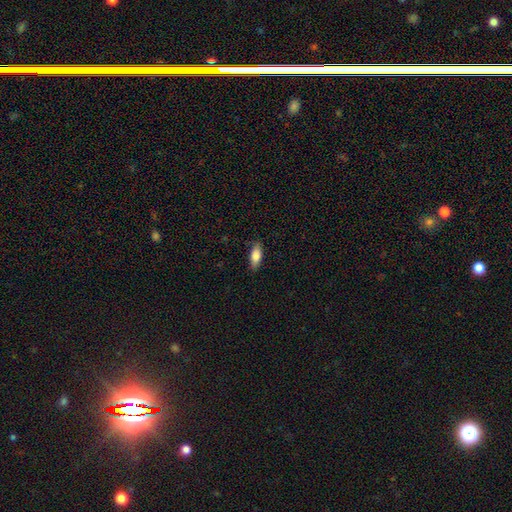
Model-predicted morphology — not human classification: Q: Smooth or featured?
A: smooth (81%); runner-up: featured or disk (13%)
Q: How rounded?
A: in between (77%); runner-up: cigar-shaped (20%)
Q: Merging?
A: none (85%); runner-up: minor disturbance (12%)